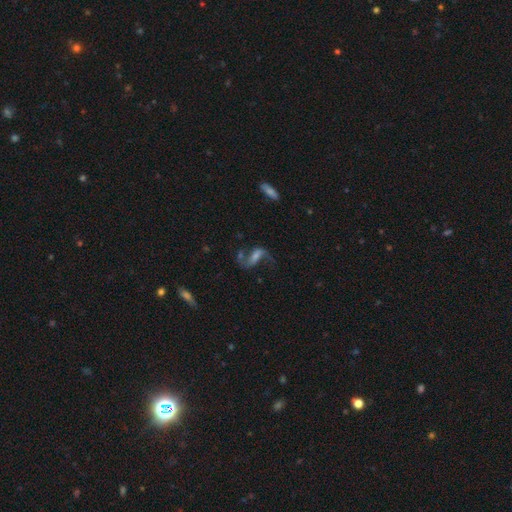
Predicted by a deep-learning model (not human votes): smooth-or-featured: featured or disk: 77% | smooth: 12% | star or artifact: 10%
  disk-edge-on: no: 94% | yes: 6%
    bar: weak: 43% | strong: 30% | no: 27%
    has-spiral-arms: yes: 92% | no: 8%
      spiral-winding: loose: 78% | medium: 18% | tight: 4%
      spiral-arm-count: 2: 89% | 1: 6% | can't tell: 3% | 3: 1% | 4: 1% | more than 4: 1%
    bulge-size: small: 34% | moderate: 29% | none: 27% | large: 9% | dominant: 2%
  merging: none: 59% | major disturbance: 17% | minor disturbance: 16% | merger: 8%